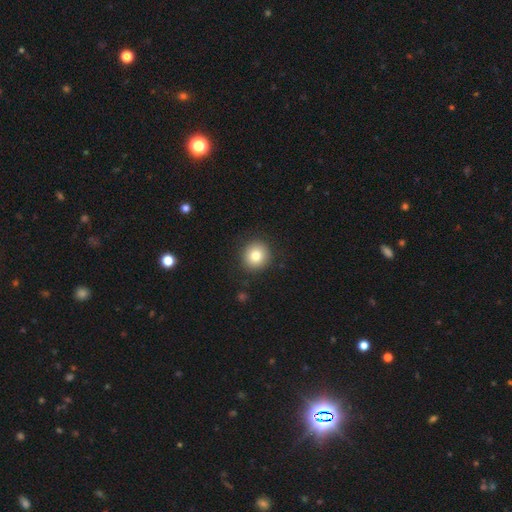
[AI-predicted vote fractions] smooth_or_featured: smooth (p=0.81) [alt: star or artifact p=0.10]
how_rounded: round (p=0.90) [alt: in between p=0.09]
merging: none (p=0.90) [alt: minor disturbance p=0.07]